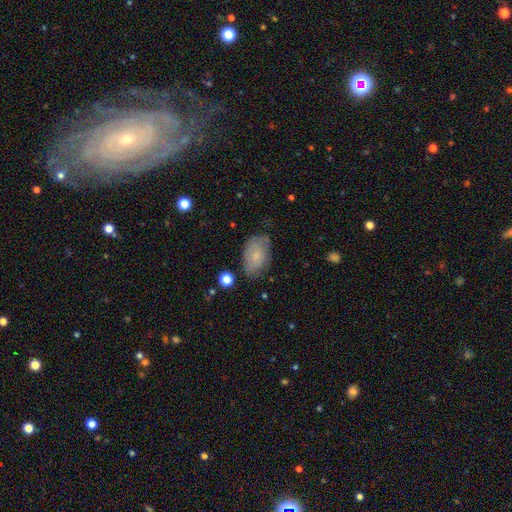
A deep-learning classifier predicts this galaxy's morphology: Smooth or featured? smooth (70%)
How rounded? in between (90%)
Merging? none (63%)